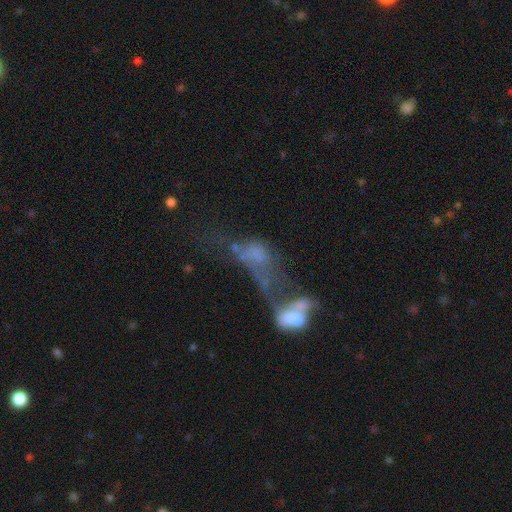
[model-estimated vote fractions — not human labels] smooth-or-featured: featured or disk: 42% (tied) | smooth: 42% (tied) | star or artifact: 17%
  merging: merger: 65% | major disturbance: 23% | none: 7% | minor disturbance: 5%